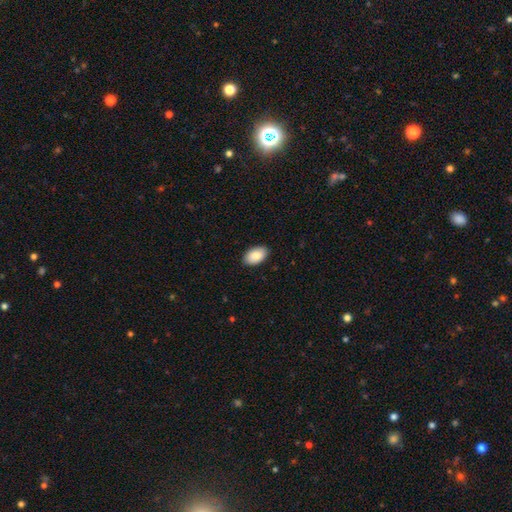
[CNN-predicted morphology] smooth 86%, featured or disk 8%, star or artifact 6%. Down the decision tree: how rounded — in between (94%); merging — none (90%).